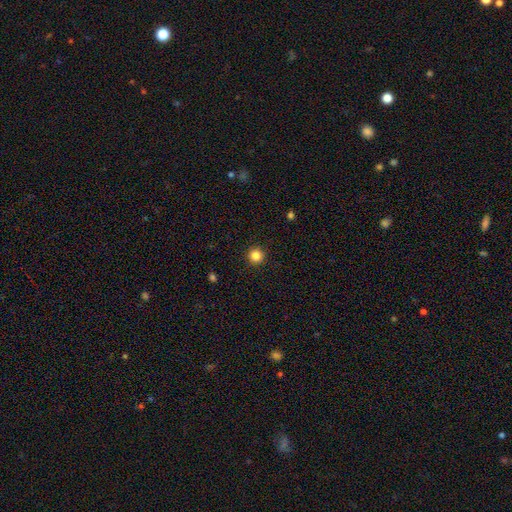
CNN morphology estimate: The model was most divided on "smooth or featured": smooth: 84%, star or artifact: 11%, featured or disk: 4%. More confident: how rounded — round (96%); merging — none (93%).